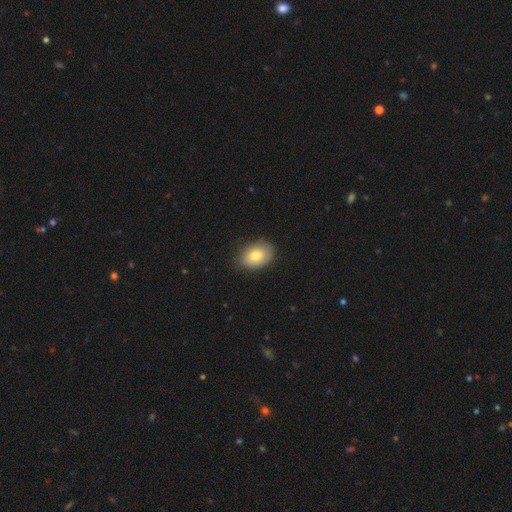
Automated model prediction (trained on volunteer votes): Smooth or featured?
  - smooth: 79% *
  - featured or disk: 13%
  - star or artifact: 7%
How rounded?
  - in between: 75% *
  - round: 24%
  - cigar-shaped: 1%
Merging?
  - none: 81% *
  - minor disturbance: 15%
  - major disturbance: 3%
  - merger: 1%